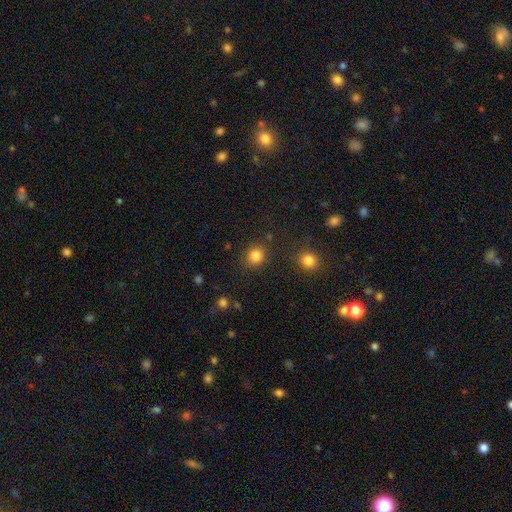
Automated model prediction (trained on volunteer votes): smooth_or_featured: smooth (p=0.85) [alt: star or artifact p=0.11]
how_rounded: round (p=0.84) [alt: in between p=0.15]
merging: none (p=0.85) [alt: minor disturbance p=0.08]